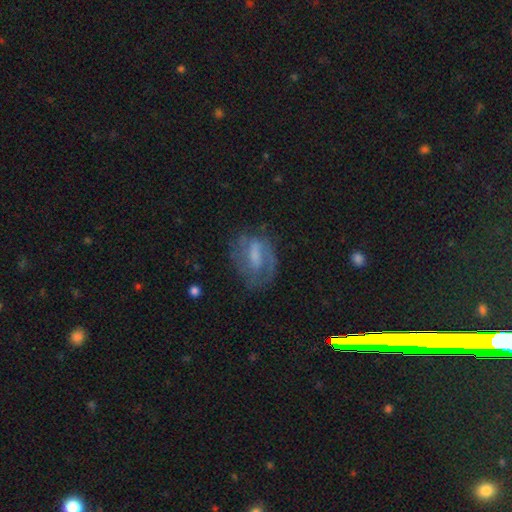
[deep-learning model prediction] Smooth or featured? Predicted: featured or disk (p=0.62). Edge-on disk? Predicted: no (p=0.95). Bar? Predicted: weak (p=0.46). Spiral arms? Predicted: yes (p=0.74). Bulge size? Predicted: moderate (p=0.33). Merging? Predicted: none (p=0.55).